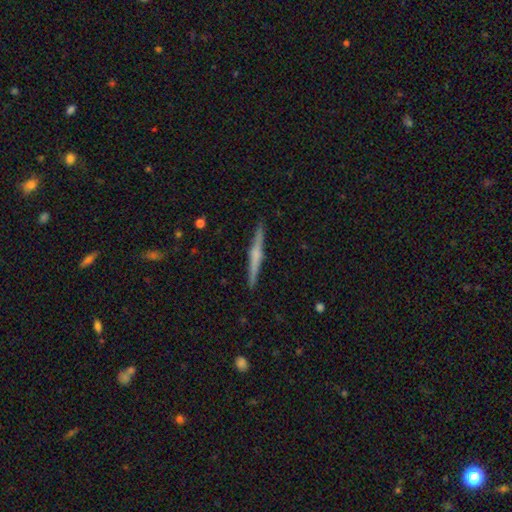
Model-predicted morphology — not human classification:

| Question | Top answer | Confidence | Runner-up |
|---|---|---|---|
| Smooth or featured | featured or disk | 70% | smooth (24%) |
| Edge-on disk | yes | 98% | no (2%) |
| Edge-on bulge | rounded | 68% | none (18%) |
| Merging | none | 92% | minor disturbance (6%) |